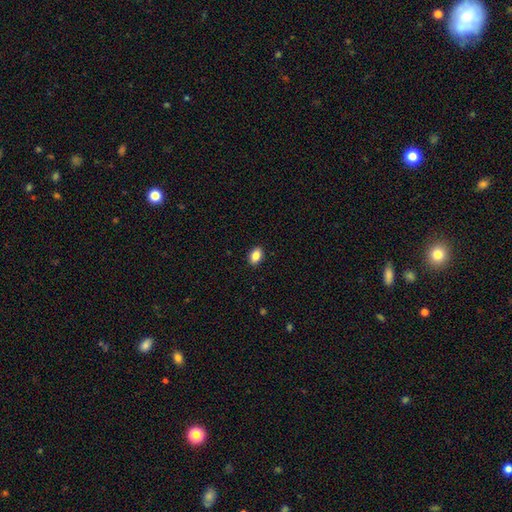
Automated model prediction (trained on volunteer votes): This is clearly a smooth galaxy (87%). How rounded: clearly in between (82%). Merging: clearly none (90%).